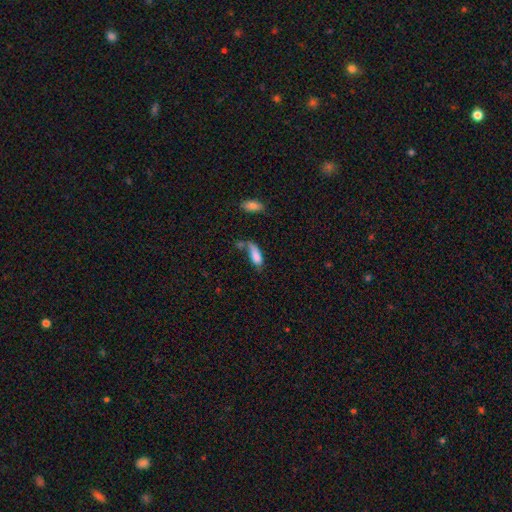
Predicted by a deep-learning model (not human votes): This is likely a smooth galaxy (80%). How rounded: likely in between (72%). Merging: marginally none (34%).